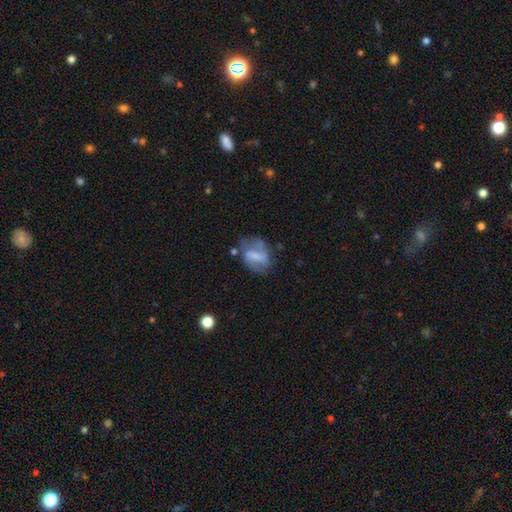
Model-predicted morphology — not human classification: smooth-or-featured: featured or disk: 50% | smooth: 42% | star or artifact: 9%
  merging: none: 47% | minor disturbance: 27% | major disturbance: 19% | merger: 8%